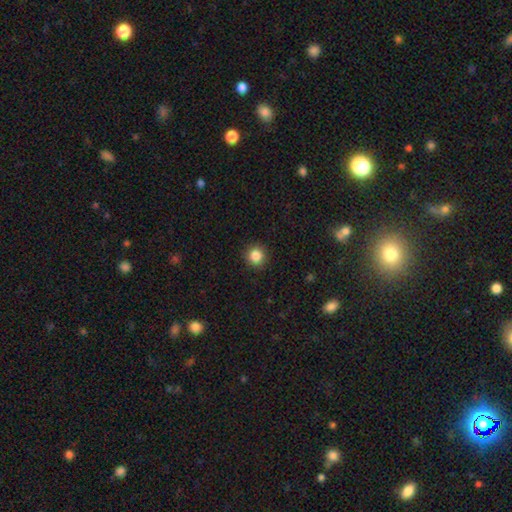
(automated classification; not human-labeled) Smooth or featured? smooth (85%)
How rounded? round (93%)
Merging? none (91%)